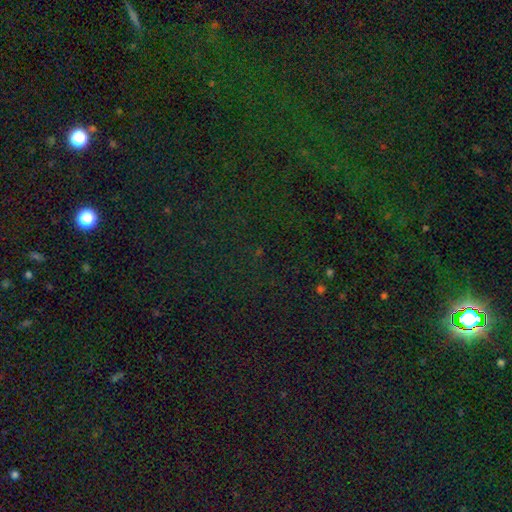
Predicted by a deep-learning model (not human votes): Q: Smooth or featured?
A: star or artifact (81%); runner-up: smooth (12%)